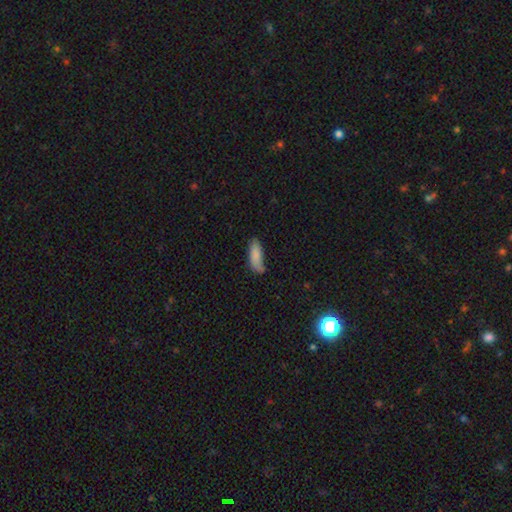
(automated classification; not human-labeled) Smooth or featured? Predicted: smooth (p=0.85). How rounded? Predicted: in between (p=0.68). Merging? Predicted: none (p=0.66).